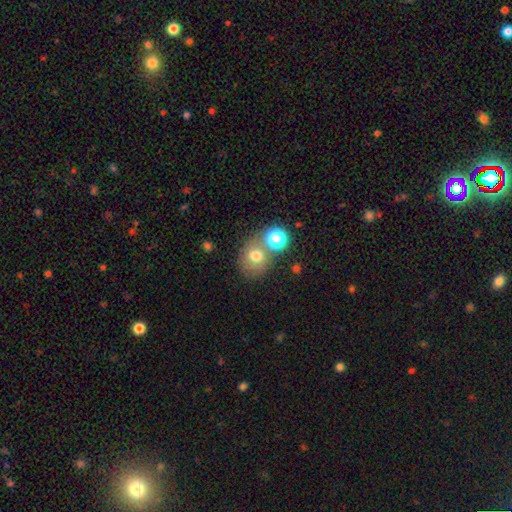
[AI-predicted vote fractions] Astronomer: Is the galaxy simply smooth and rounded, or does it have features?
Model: smooth — 70%.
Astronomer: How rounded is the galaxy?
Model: round — 71%.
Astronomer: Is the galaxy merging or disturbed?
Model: none — 52% (runner-up: merger, 29%).